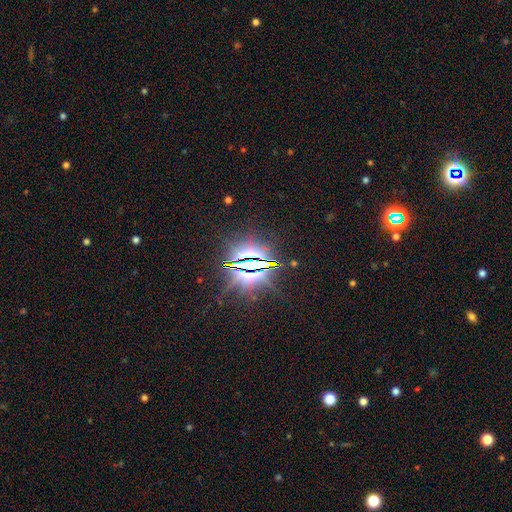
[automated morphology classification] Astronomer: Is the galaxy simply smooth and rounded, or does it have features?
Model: star or artifact — 86%.